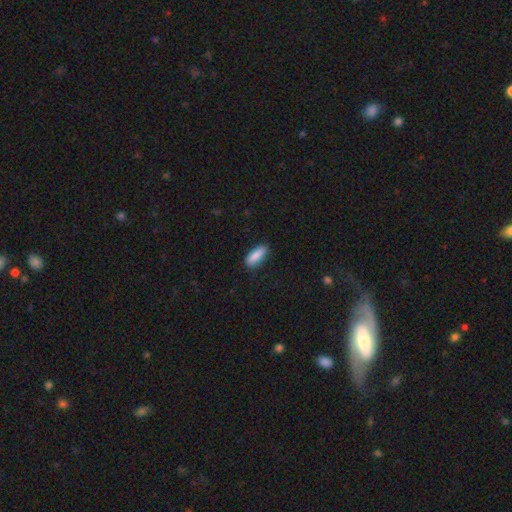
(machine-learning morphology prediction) Smooth or featured? smooth (88%)
How rounded? in between (64%)
Merging? none (85%)